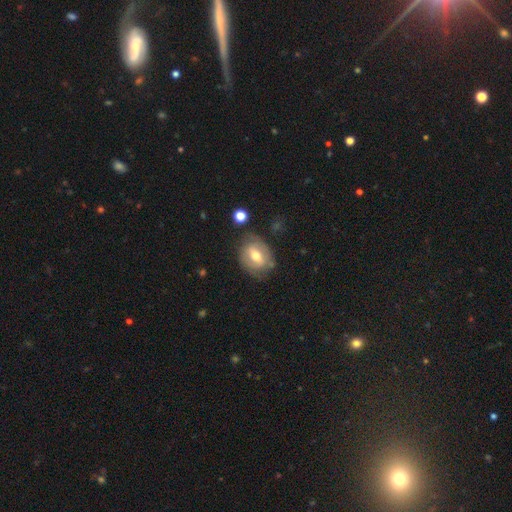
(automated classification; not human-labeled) Smooth or featured: smooth — 49% (featured or disk — 43%)
Merging: none — 68% (minor disturbance — 22%)